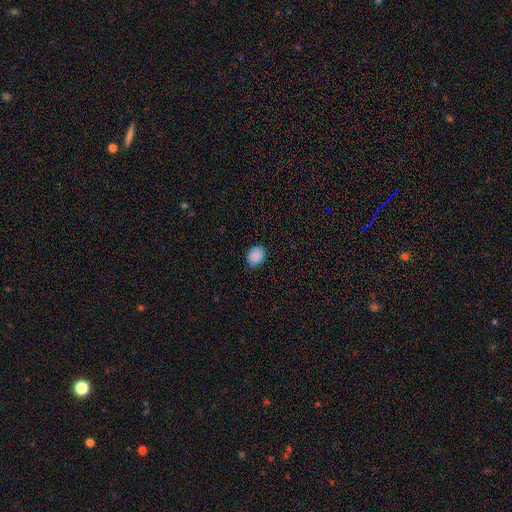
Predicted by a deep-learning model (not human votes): smooth-or-featured: smooth: 89% | star or artifact: 8% | featured or disk: 3%
  how-rounded: in between: 56% | round: 43% | cigar-shaped: 1%
  merging: none: 81% | minor disturbance: 15% | major disturbance: 3% | merger: 1%